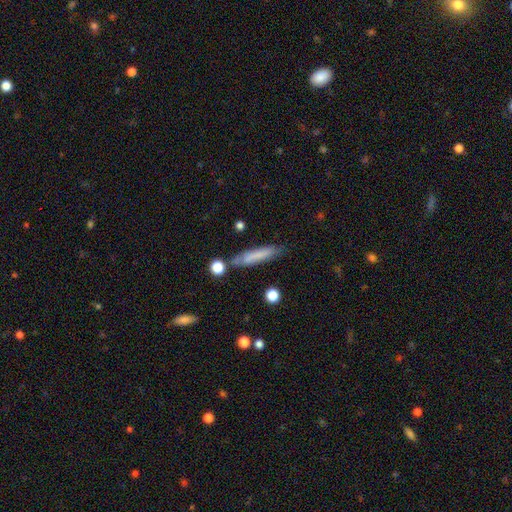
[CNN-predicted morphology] smooth_or_featured: smooth (p=0.72) [alt: featured or disk p=0.20]
how_rounded: cigar-shaped (p=0.87) [alt: in between p=0.11]
merging: none (p=0.73) [alt: minor disturbance p=0.16]